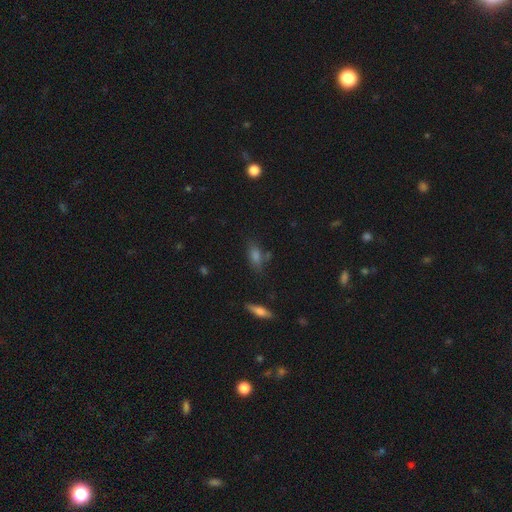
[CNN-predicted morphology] smooth-or-featured: smooth: 69% | star or artifact: 16% | featured or disk: 15%
  how-rounded: in between: 73% | cigar-shaped: 20% | round: 7%
  merging: none: 69% | minor disturbance: 17% | merger: 8% | major disturbance: 5%